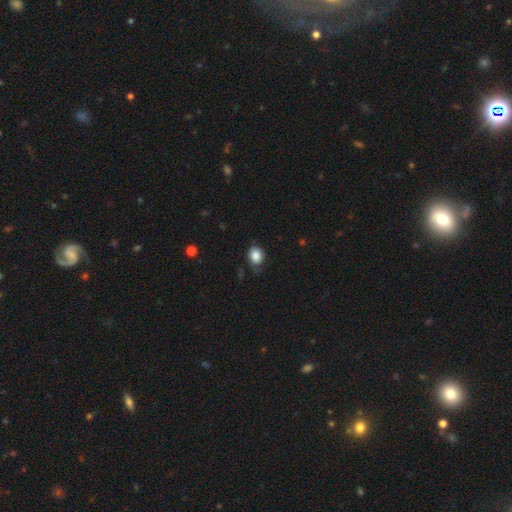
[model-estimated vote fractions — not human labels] Smooth or featured: smooth — 85% (star or artifact — 8%)
How rounded: in between — 56% (round — 43%)
Merging: none — 65% (minor disturbance — 26%)